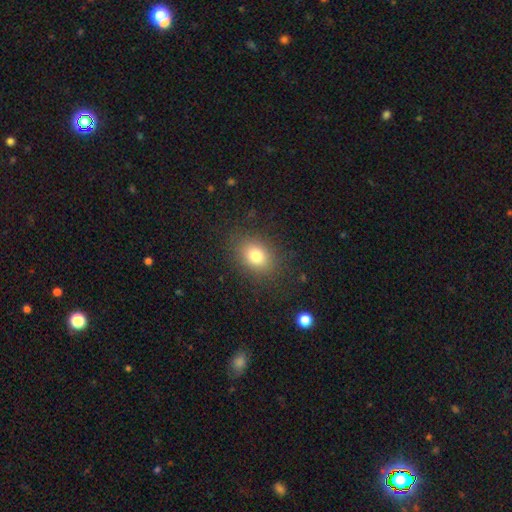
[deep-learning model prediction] Smooth or featured? Predicted: smooth (p=0.79). How rounded? Predicted: in between (p=0.63). Merging? Predicted: none (p=0.84).